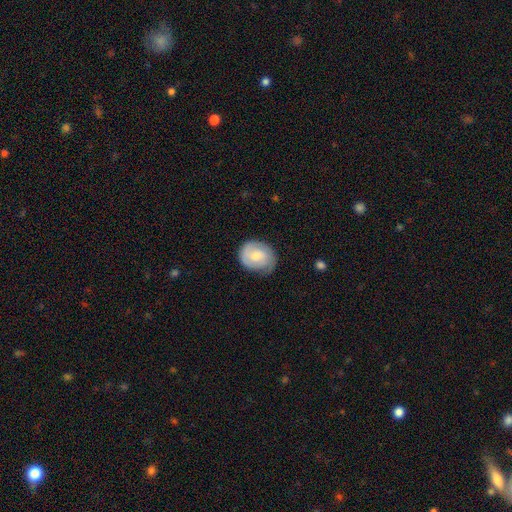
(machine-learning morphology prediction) smooth_or_featured: smooth (p=0.50) [alt: featured or disk p=0.44]
merging: none (p=0.69) [alt: minor disturbance p=0.24]